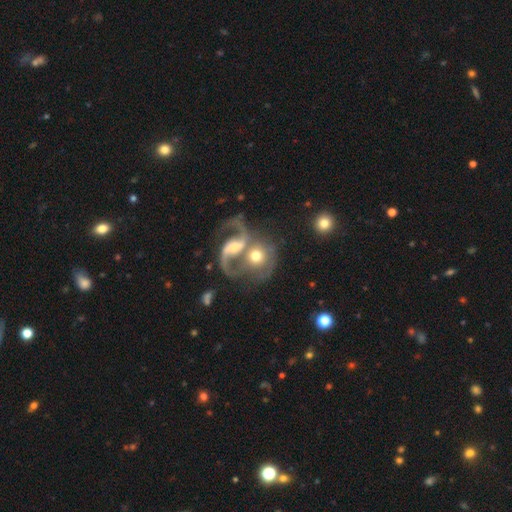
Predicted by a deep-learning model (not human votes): smooth_or_featured: featured or disk (p=0.67) [alt: smooth p=0.25]
disk_edge_on: no (p=0.96) [alt: yes p=0.04]
bar: no (p=0.52) [alt: weak p=0.33]
has_spiral_arms: yes (p=0.85) [alt: no p=0.15]
spiral_winding: loose (p=0.55) [alt: medium p=0.37]
spiral_arm_count: 2 (p=0.76) [alt: 1 p=0.15]
bulge_size: moderate (p=0.58) [alt: small p=0.21]
merging: merger (p=0.64) [alt: none p=0.20]